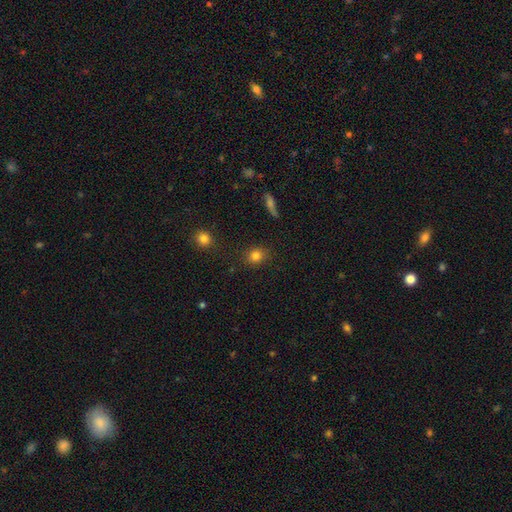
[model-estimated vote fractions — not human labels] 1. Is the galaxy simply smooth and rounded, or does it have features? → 82% smooth, 12% star or artifact, 6% featured or disk.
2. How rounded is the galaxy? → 74% round, 25% in between, 1% cigar-shaped.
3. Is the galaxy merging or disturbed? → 85% none, 10% minor disturbance, 3% major disturbance, 2% merger.